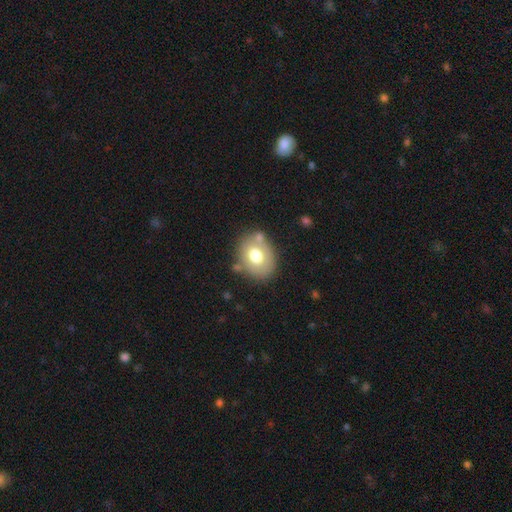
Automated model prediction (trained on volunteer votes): The model was most divided on "how rounded": in between: 55%, round: 44%, cigar-shaped: 1%. More confident: merging — none (71%); smooth or featured — smooth (69%).